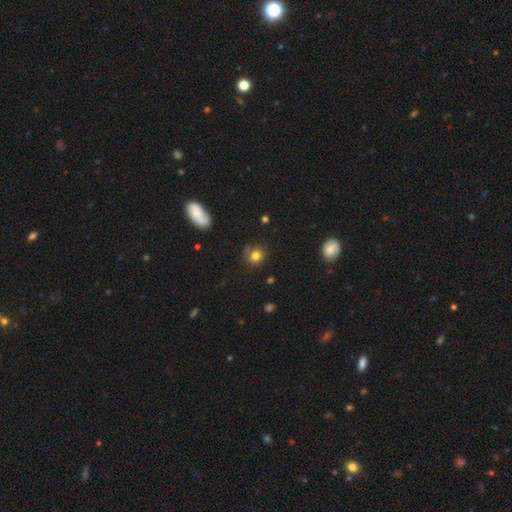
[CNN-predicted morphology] smooth 79%, star or artifact 14%, featured or disk 7%. Down the decision tree: how rounded — round (86%); merging — none (74%).